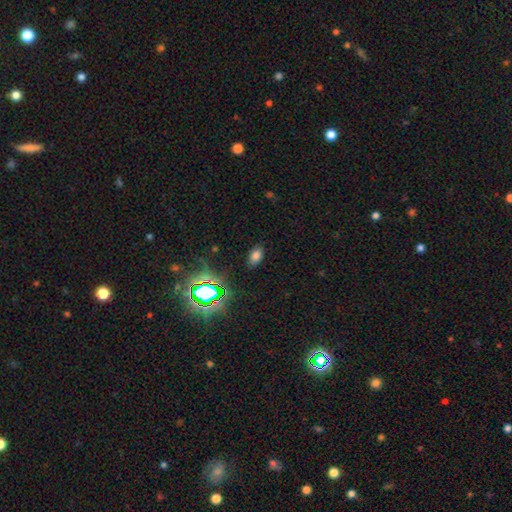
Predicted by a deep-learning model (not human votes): smooth_or_featured: smooth (p=0.72) [alt: star or artifact p=0.21]
how_rounded: in between (p=0.89) [alt: round p=0.09]
merging: none (p=0.85) [alt: minor disturbance p=0.10]